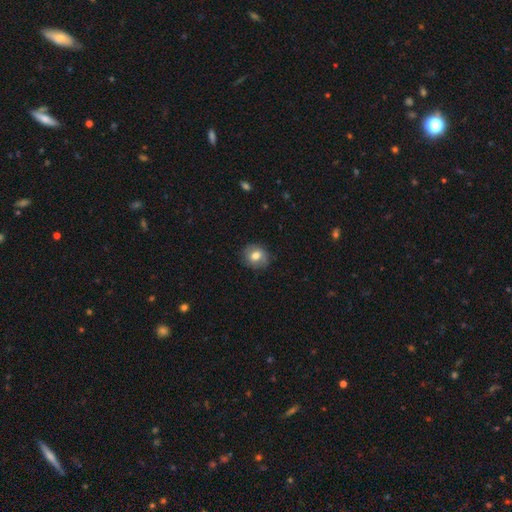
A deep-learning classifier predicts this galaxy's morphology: This is likely a smooth galaxy (75%). How rounded: likely round (73%). Merging: clearly none (83%).